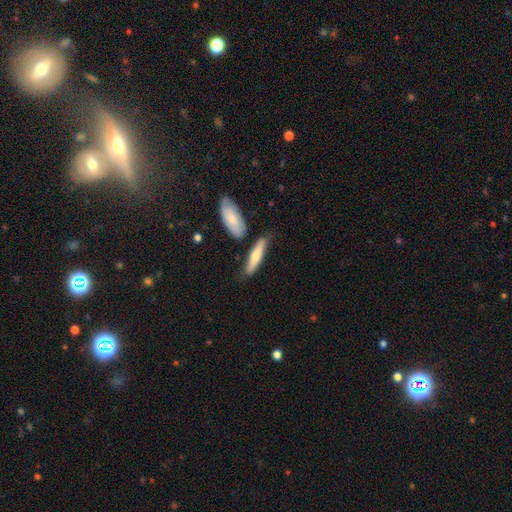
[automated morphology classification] smooth_or_featured: smooth (p=0.68) [alt: featured or disk p=0.27]
how_rounded: cigar-shaped (p=0.75) [alt: in between p=0.23]
merging: none (p=0.74) [alt: minor disturbance p=0.15]